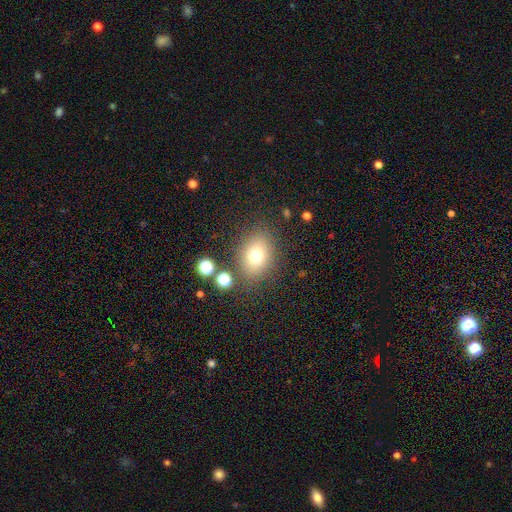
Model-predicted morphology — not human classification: This is likely a smooth galaxy (74%). How rounded: likely in between (62%). Merging: likely none (80%).